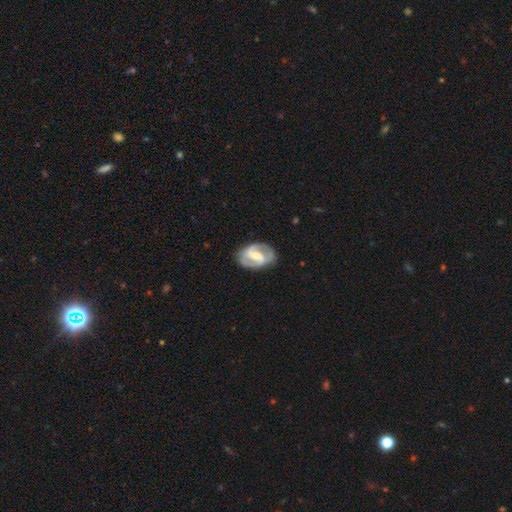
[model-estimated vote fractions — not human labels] Q: Smooth or featured?
A: featured or disk (84%); runner-up: smooth (12%)
Q: Edge-on disk?
A: no (97%); runner-up: yes (3%)
Q: Bar?
A: strong (44%); runner-up: weak (41%)
Q: Spiral arms?
A: yes (92%); runner-up: no (8%)
Q: Spiral winding?
A: medium (52%); runner-up: tight (31%)
Q: Spiral arm count?
A: 2 (90%); runner-up: can't tell (4%)
Q: Bulge size?
A: moderate (51%); runner-up: small (41%)
Q: Merging?
A: none (82%); runner-up: minor disturbance (13%)